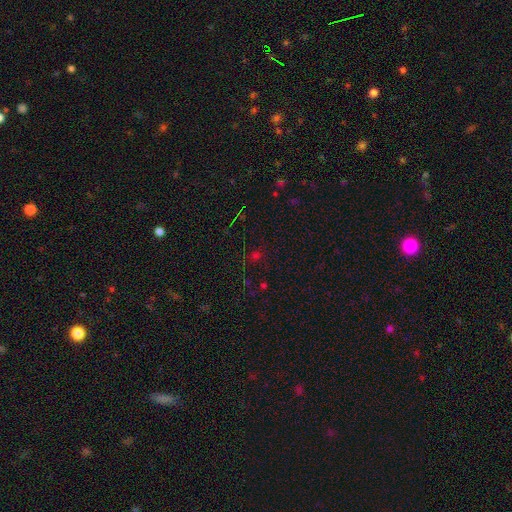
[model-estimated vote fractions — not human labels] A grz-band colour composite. It shows a star or artifact, not a galaxy (55%).